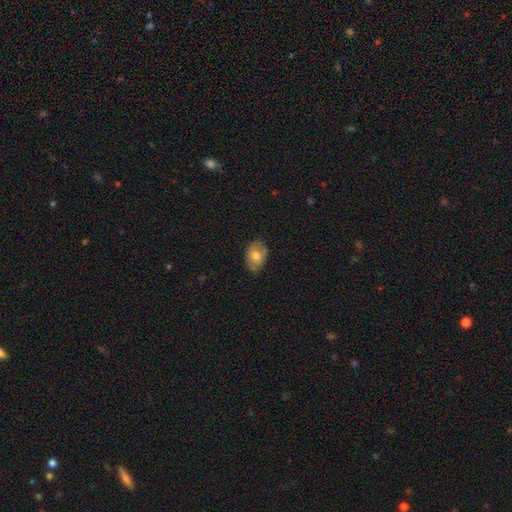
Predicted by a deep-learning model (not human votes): Smooth or featured: smooth — 65% (featured or disk — 28%)
How rounded: in between — 79% (round — 20%)
Merging: none — 74% (minor disturbance — 21%)